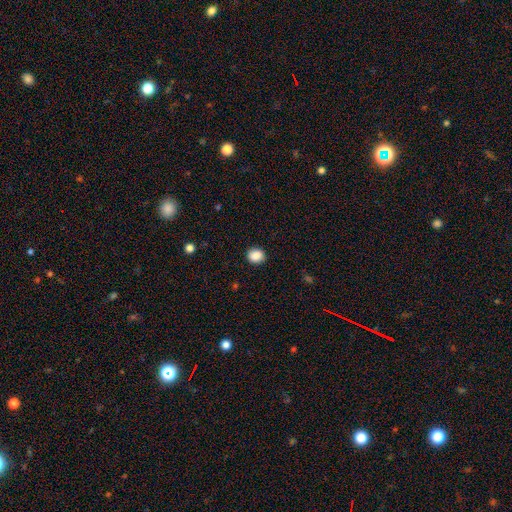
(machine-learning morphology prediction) The model was most divided on "how rounded": round: 78%, in between: 22%, cigar-shaped: 1%. More confident: merging — none (90%); smooth or featured — smooth (88%).